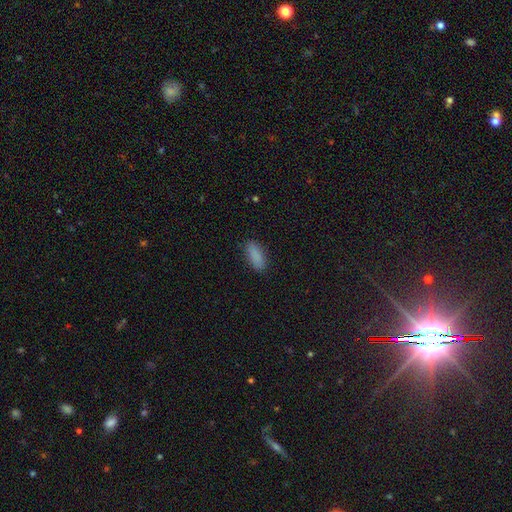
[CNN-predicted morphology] Smooth or featured? smooth (89%)
How rounded? in between (80%)
Merging? none (87%)